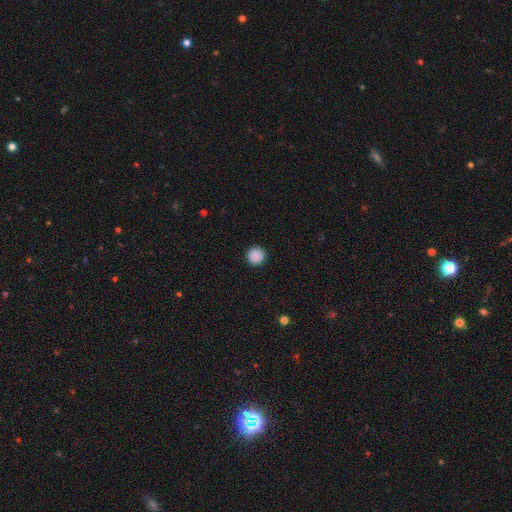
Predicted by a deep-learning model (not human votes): Morphology: type=smooth (89%); roundness=round (96%); merging=none (93%).